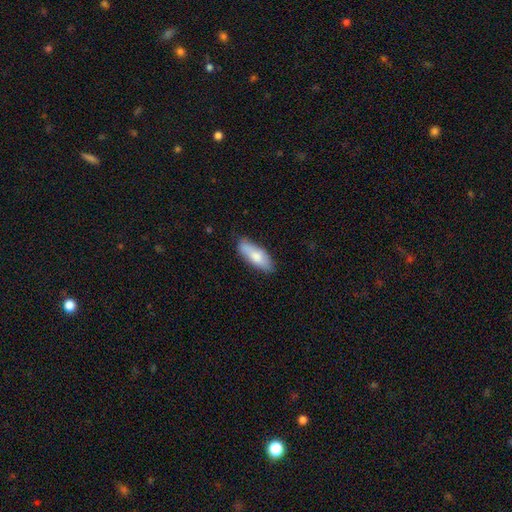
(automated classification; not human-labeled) A smooth galaxy with no disk features (77%) that is in between round and cigar-shaped (70%).

Vote fractions:
- Smooth or featured? smooth: 77% / featured or disk: 17% / star or artifact: 6%
- How rounded? in between: 70% / cigar-shaped: 28% / round: 2%
- Merging? none: 70% / minor disturbance: 23% / major disturbance: 4% / merger: 3%